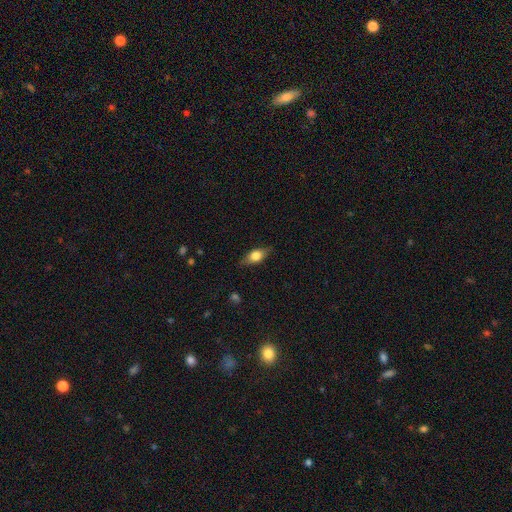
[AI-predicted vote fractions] This is likely a smooth galaxy (66%). How rounded: likely in between (78%). Merging: likely none (80%).